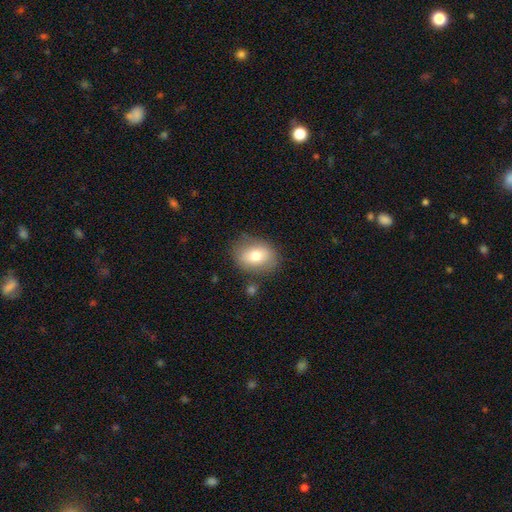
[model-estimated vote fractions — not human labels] This is likely a smooth galaxy (72%). How rounded: likely in between (63%). Merging: likely none (77%).